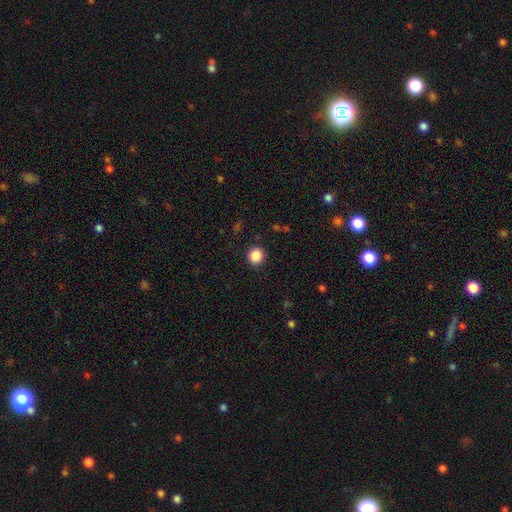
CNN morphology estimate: Smooth or featured: smooth — 87% (star or artifact — 10%)
How rounded: round — 90% (in between — 9%)
Merging: none — 91% (minor disturbance — 6%)